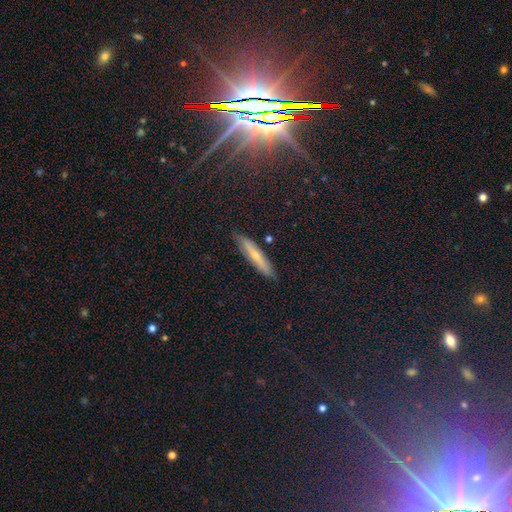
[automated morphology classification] This appears to be a smooth galaxy with no disk features (47%). Merging: none (87%).